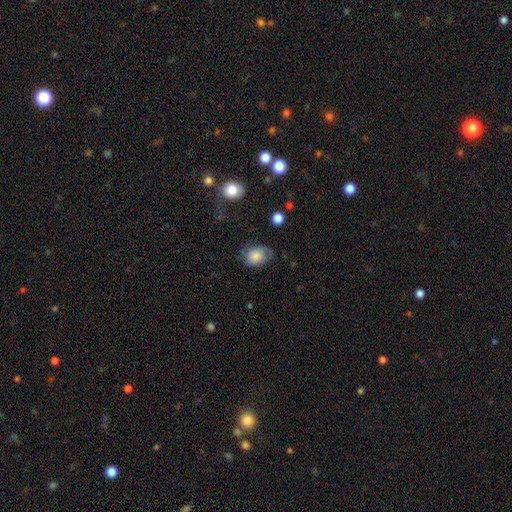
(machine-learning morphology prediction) smooth-or-featured: smooth: 80% | featured or disk: 12% | star or artifact: 8%
  how-rounded: in between: 72% | round: 27% | cigar-shaped: 1%
  merging: none: 59% | minor disturbance: 29% | major disturbance: 10% | merger: 2%